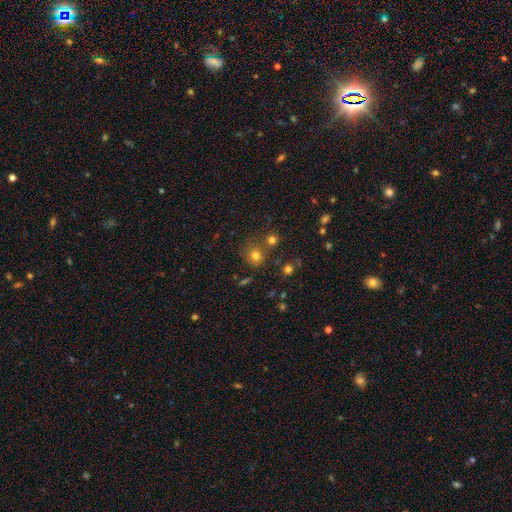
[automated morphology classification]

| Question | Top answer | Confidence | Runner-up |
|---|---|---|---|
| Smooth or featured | smooth | 75% | star or artifact (18%) |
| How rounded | round | 86% | in between (13%) |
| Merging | none | 67% | merger (18%) |